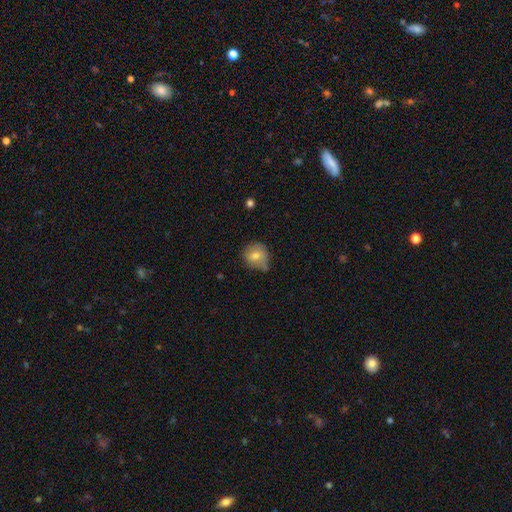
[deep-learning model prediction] This appears to be a smooth galaxy with no disk features (71%) that is round (77%). Merging: none (56%).